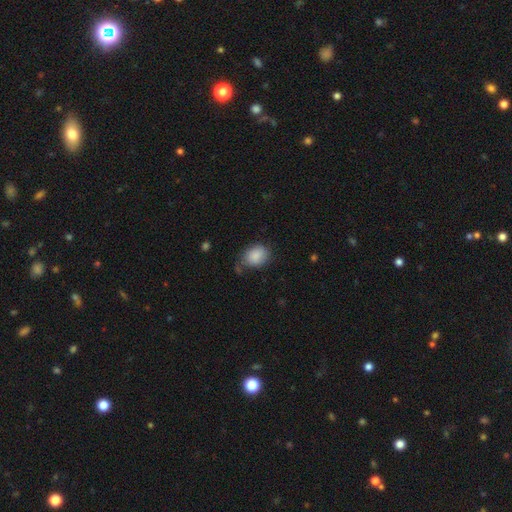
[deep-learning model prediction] Smooth or featured? Predicted: smooth (p=0.88). How rounded? Predicted: in between (p=0.64). Merging? Predicted: none (p=0.66).